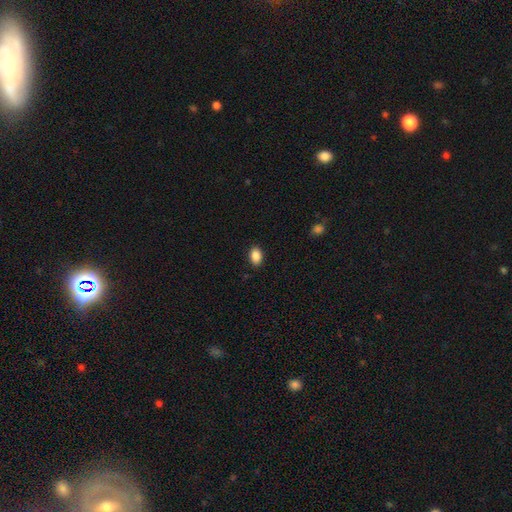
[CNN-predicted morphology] smooth_or_featured: smooth (p=0.89) [alt: star or artifact p=0.08]
how_rounded: in between (p=0.85) [alt: round p=0.13]
merging: none (p=0.89) [alt: minor disturbance p=0.08]